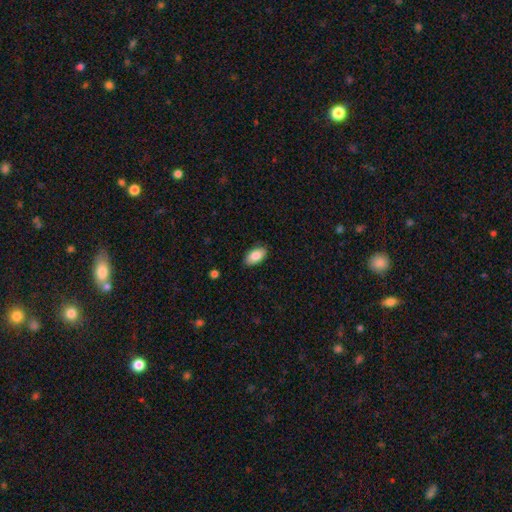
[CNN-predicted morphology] type=smooth (85%); roundness=in between (94%); merging=none (86%).